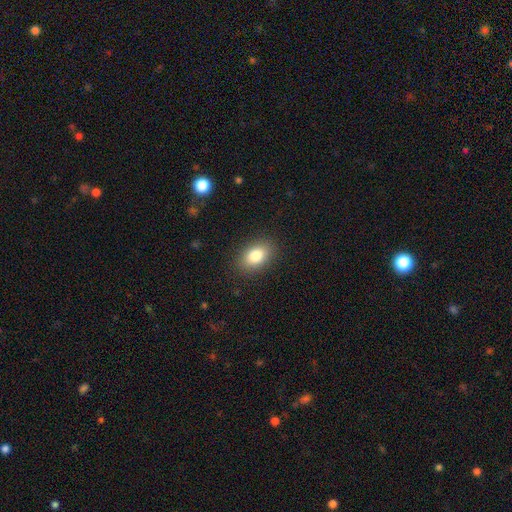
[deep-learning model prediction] smooth 83%, featured or disk 9%, star or artifact 9%. Down the decision tree: how rounded — in between (85%); merging — none (88%).